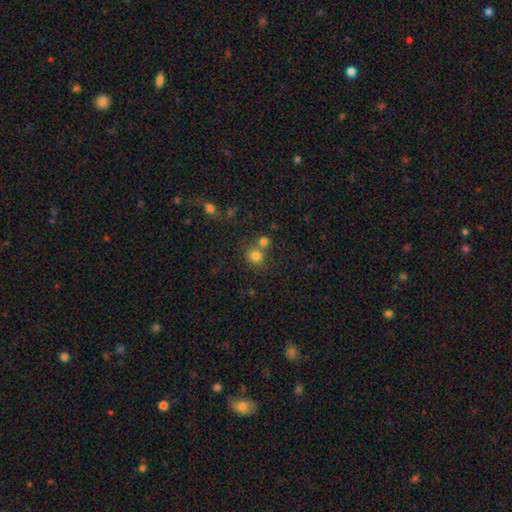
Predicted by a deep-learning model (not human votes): A smooth galaxy with no disk features (79%) that is round (82%).

Vote fractions:
- Smooth or featured? smooth: 79% / star or artifact: 14% / featured or disk: 7%
- How rounded? round: 82% / in between: 17% / cigar-shaped: 1%
- Merging? none: 54% / merger: 34% / minor disturbance: 8% / major disturbance: 3%